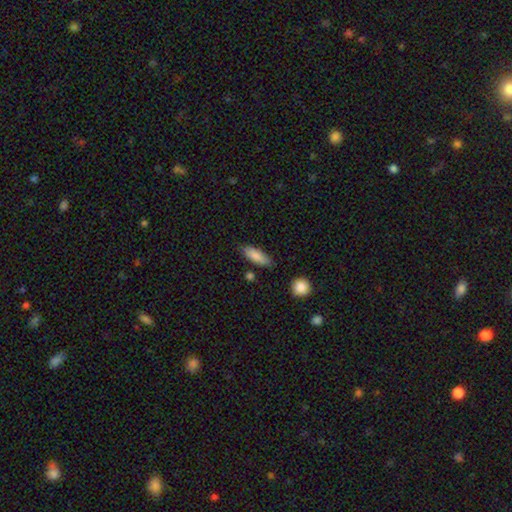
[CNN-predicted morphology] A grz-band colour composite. It shows a smooth galaxy with no disk features (85%) that is in between round and cigar-shaped (61%). Merging: none (81%).